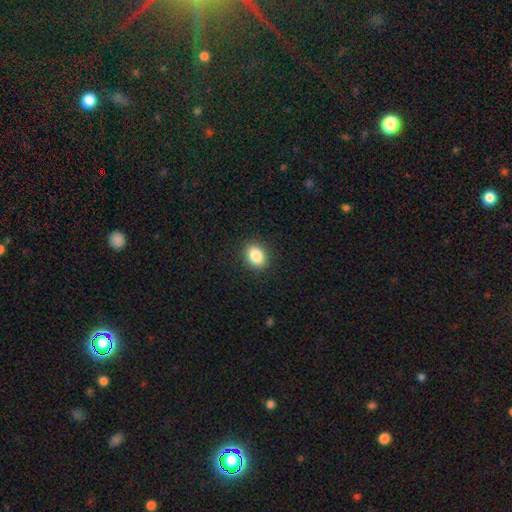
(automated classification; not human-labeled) smooth_or_featured: smooth (p=0.86) [alt: star or artifact p=0.09]
how_rounded: in between (p=0.65) [alt: round p=0.33]
merging: none (p=0.90) [alt: minor disturbance p=0.07]